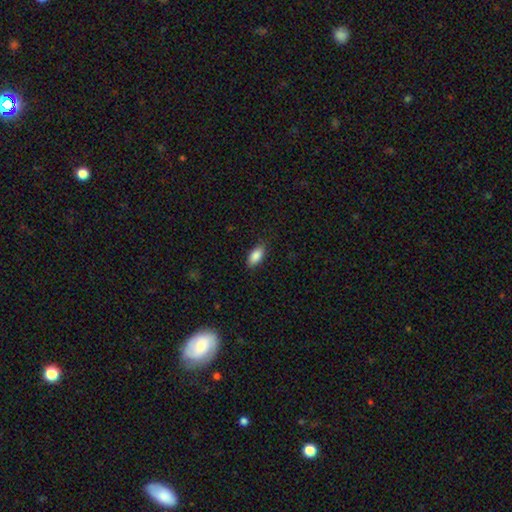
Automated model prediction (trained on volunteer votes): This appears to be a smooth galaxy with no disk features (87%) that is in between round and cigar-shaped (90%). Merging: none (83%).